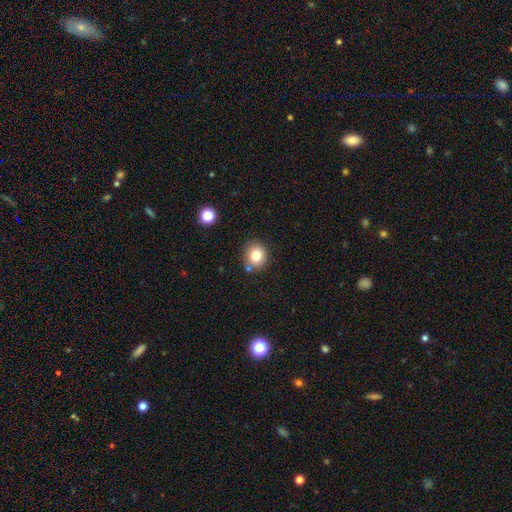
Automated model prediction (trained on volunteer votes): The model was most divided on "how rounded": round: 83%, in between: 17%, cigar-shaped: 1%. More confident: merging — none (80%); smooth or featured — smooth (80%).